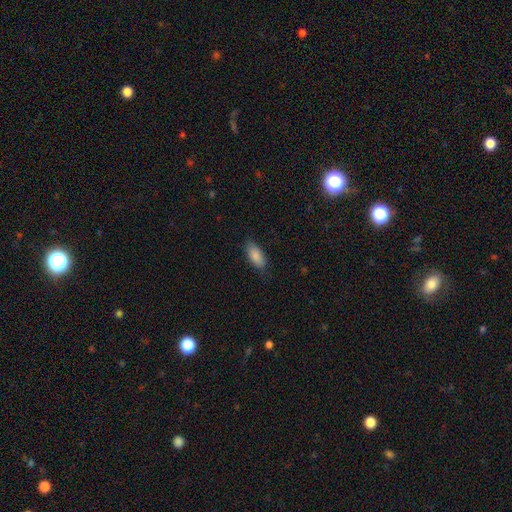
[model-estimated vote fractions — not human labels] Overall: smooth (87%). How rounded: in between (89%). Merging: none (79%).